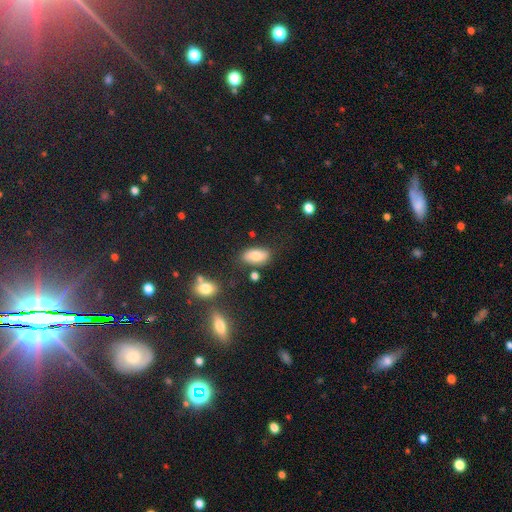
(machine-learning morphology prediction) Smooth or featured?
  - smooth: 79% *
  - featured or disk: 13%
  - star or artifact: 8%
How rounded?
  - in between: 92% *
  - round: 5%
  - cigar-shaped: 4%
Merging?
  - none: 77% *
  - minor disturbance: 14%
  - merger: 5%
  - major disturbance: 4%